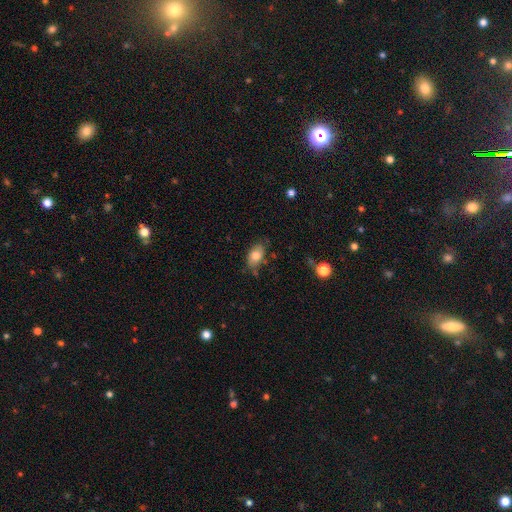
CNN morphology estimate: type=smooth (78%); roundness=in between (89%); merging=none (64%).